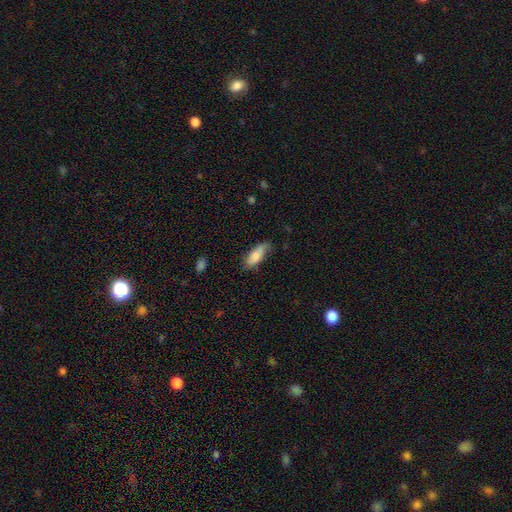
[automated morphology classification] Smooth or featured: smooth — 78% (featured or disk — 16%)
How rounded: in between — 74% (cigar-shaped — 24%)
Merging: none — 64% (minor disturbance — 28%)